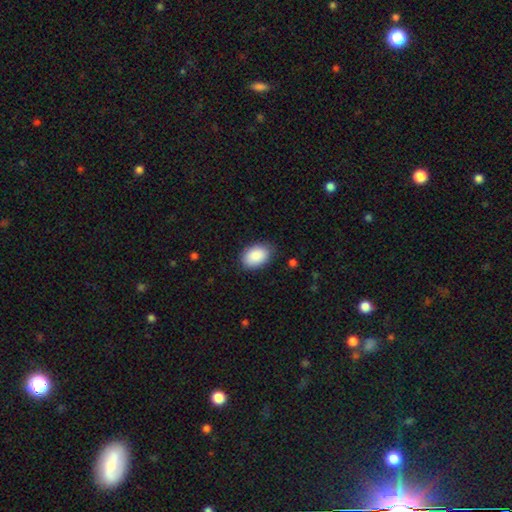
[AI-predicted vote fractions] Smooth or featured: smooth — 90% (star or artifact — 6%)
How rounded: in between — 88% (round — 11%)
Merging: none — 84% (minor disturbance — 13%)